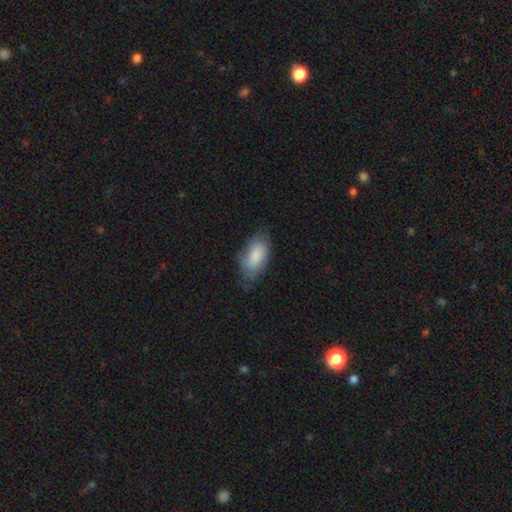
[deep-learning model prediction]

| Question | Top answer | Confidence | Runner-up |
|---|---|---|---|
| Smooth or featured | smooth | 82% | featured or disk (12%) |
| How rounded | in between | 93% | cigar-shaped (4%) |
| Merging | none | 63% | minor disturbance (28%) |